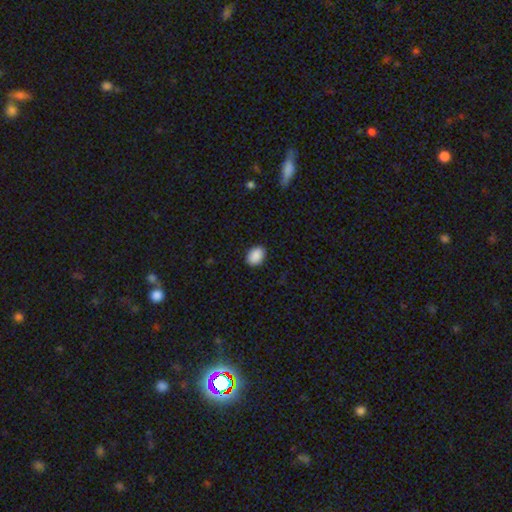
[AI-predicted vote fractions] Q: Smooth or featured?
A: smooth (90%); runner-up: star or artifact (7%)
Q: How rounded?
A: in between (77%); runner-up: round (22%)
Q: Merging?
A: none (89%); runner-up: minor disturbance (8%)